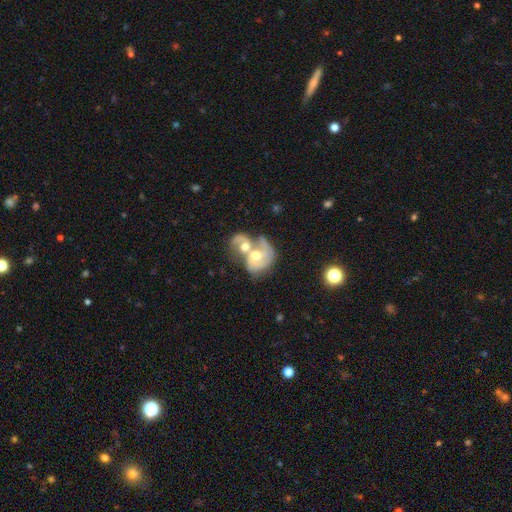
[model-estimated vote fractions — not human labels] smooth-or-featured: featured or disk: 68% | smooth: 25% | star or artifact: 7%
  disk-edge-on: no: 97% | yes: 3%
    bar: no: 69% | weak: 25% | strong: 6%
    has-spiral-arms: yes: 77% | no: 23%
      spiral-winding: medium: 40% | tight: 32% | loose: 28%
      spiral-arm-count: 2: 49% | can't tell: 24% | 1: 17% | 3: 7% | 4: 2% | more than 4: 2%
    bulge-size: moderate: 72% | small: 16% | large: 8% | none: 2% | dominant: 1%
  merging: merger: 79% | none: 9% | major disturbance: 6% | minor disturbance: 5%